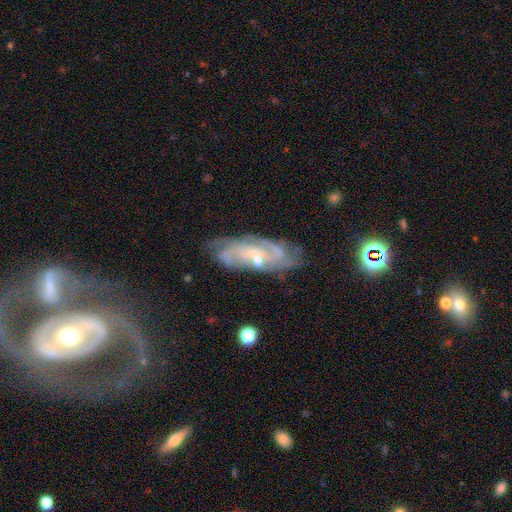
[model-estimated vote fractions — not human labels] Smooth or featured?
  - featured or disk: 81% *
  - smooth: 11%
  - star or artifact: 8%
Edge-on disk?
  - no: 91% *
  - yes: 9%
Bar?
  - no: 51% *
  - weak: 38%
  - strong: 11%
Spiral arms?
  - yes: 94% *
  - no: 6%
Spiral winding?
  - tight: 54% *
  - medium: 37%
  - loose: 9%
Spiral arm count?
  - can't tell: 33% *
  - 2: 24%
  - 3: 21%
  - 4: 12%
  - more than 4: 5%
  - 1: 5%
Bulge size?
  - small: 71% *
  - moderate: 21%
  - none: 5%
  - large: 1%
  - dominant: 1%
Merging?
  - none: 68% *
  - minor disturbance: 20%
  - major disturbance: 8%
  - merger: 5%